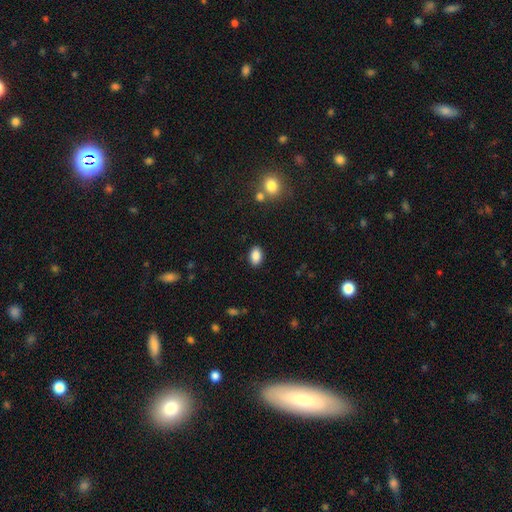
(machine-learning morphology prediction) type=smooth (88%); roundness=in between (87%); merging=none (88%).